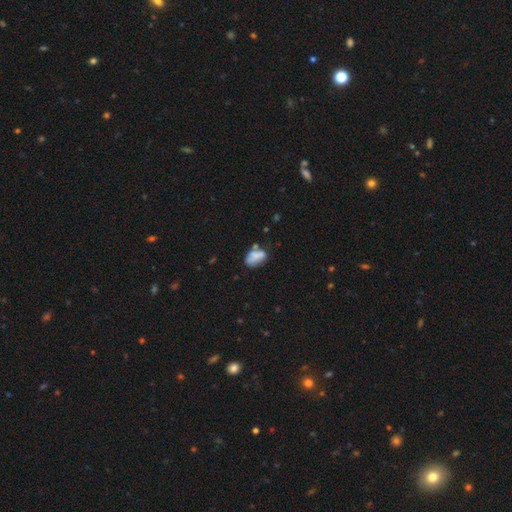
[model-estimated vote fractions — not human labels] The model was most divided on "merging": none: 46%, minor disturbance: 25%, merger: 20%, major disturbance: 10%. More confident: how rounded — in between (87%); smooth or featured — smooth (66%).